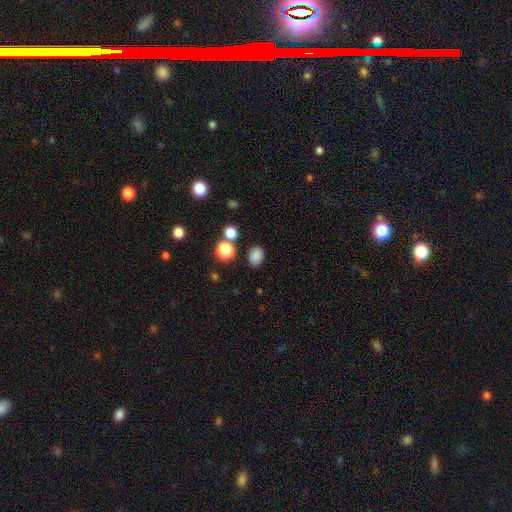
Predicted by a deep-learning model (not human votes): Q: Smooth or featured?
A: smooth (83%); runner-up: star or artifact (12%)
Q: How rounded?
A: in between (58%); runner-up: round (41%)
Q: Merging?
A: none (80%); runner-up: minor disturbance (11%)